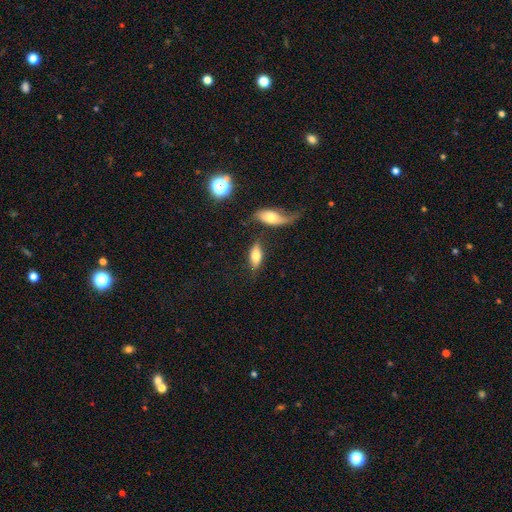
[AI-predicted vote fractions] A smooth galaxy with no disk features (67%) that is in between round and cigar-shaped (79%). Merging: none (64%).